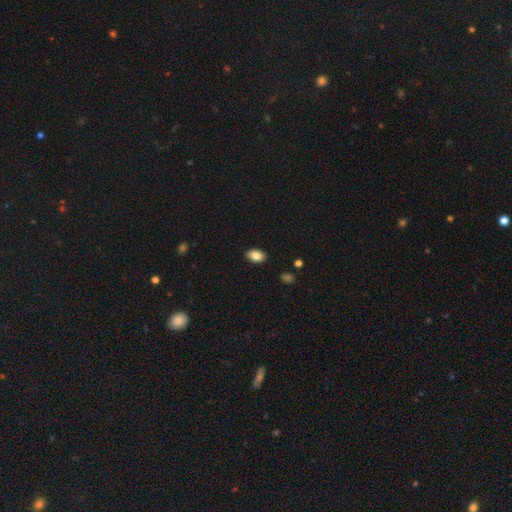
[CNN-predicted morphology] A smooth galaxy with no disk features (85%) that is in between round and cigar-shaped (89%).

Vote fractions:
- Smooth or featured? smooth: 85% / star or artifact: 8% / featured or disk: 7%
- How rounded? in between: 89% / round: 9% / cigar-shaped: 1%
- Merging? none: 89% / minor disturbance: 8% / major disturbance: 2% / merger: 1%